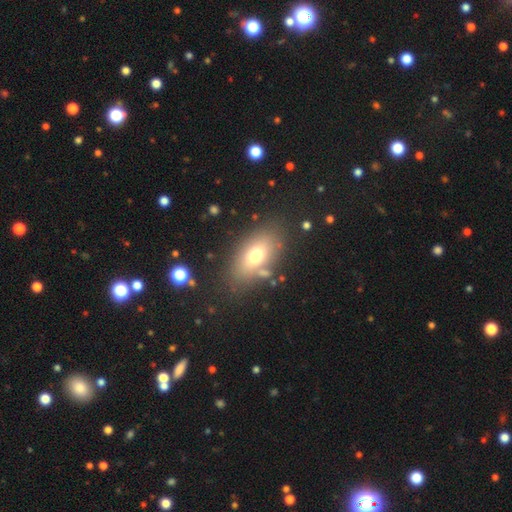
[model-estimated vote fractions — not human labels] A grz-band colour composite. It shows a smooth galaxy with no disk features (70%) that is in between round and cigar-shaped (85%). Merging: none (76%).